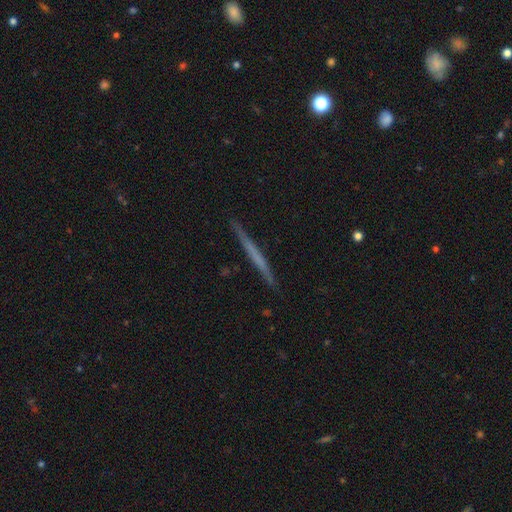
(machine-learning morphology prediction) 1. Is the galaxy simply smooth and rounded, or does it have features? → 53% featured or disk, 42% smooth, 6% star or artifact.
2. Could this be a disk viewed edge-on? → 98% yes, 2% no.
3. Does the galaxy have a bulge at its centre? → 91% none, 6% rounded, 3% boxy.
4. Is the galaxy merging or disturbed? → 92% none, 6% minor disturbance, 1% major disturbance, 1% merger.